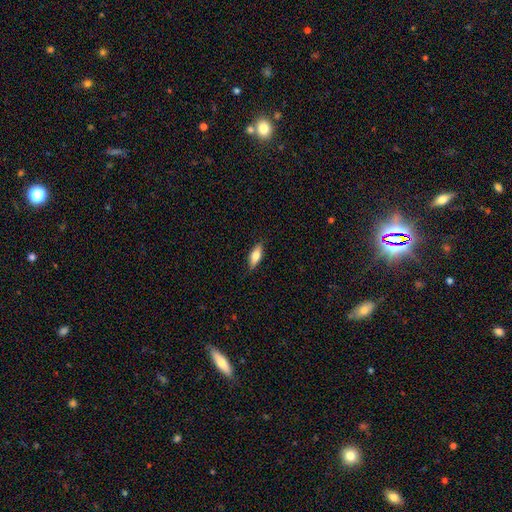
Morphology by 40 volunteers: smooth 70%, featured or disk 25%, star or artifact 5%. Down the decision tree: how rounded — in between (57%); merging — none (87%).